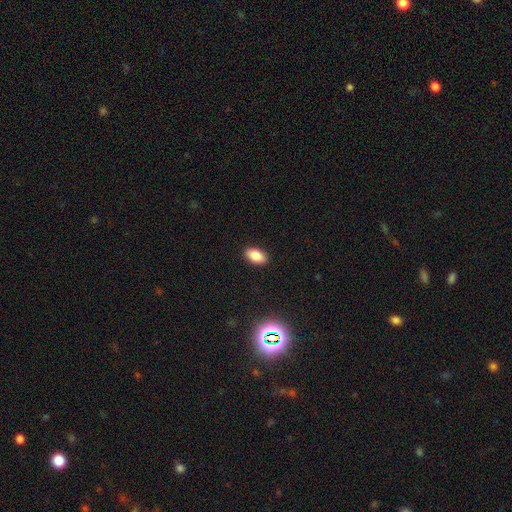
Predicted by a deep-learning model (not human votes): A smooth galaxy with no disk features (84%) that is in between round and cigar-shaped (92%). Merging: none (90%).